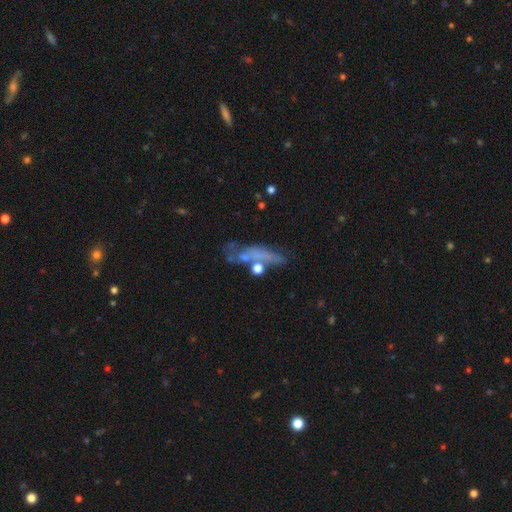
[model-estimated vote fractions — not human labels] smooth_or_featured: featured or disk (p=0.46) [alt: smooth p=0.38]
merging: none (p=0.41) [alt: major disturbance p=0.22]